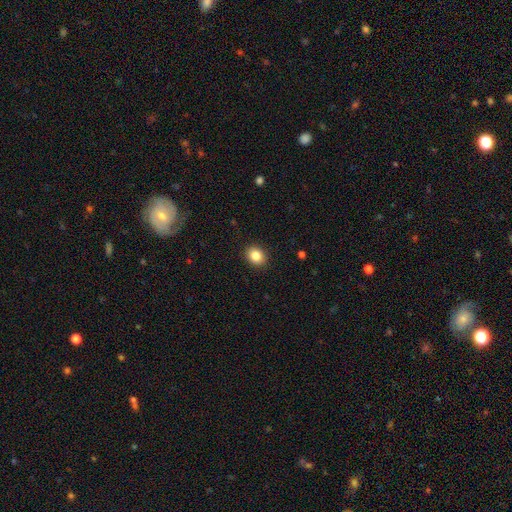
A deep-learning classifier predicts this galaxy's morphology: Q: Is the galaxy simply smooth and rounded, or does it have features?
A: smooth — 85%.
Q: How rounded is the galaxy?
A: round — 62%.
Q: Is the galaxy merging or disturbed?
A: none — 91%.